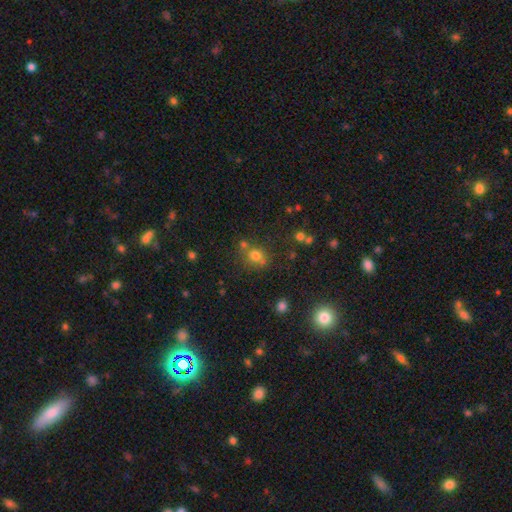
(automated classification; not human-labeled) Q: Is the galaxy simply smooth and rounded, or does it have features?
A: smooth — 72%.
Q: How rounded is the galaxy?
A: round — 70%.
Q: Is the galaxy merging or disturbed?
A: none — 59%.